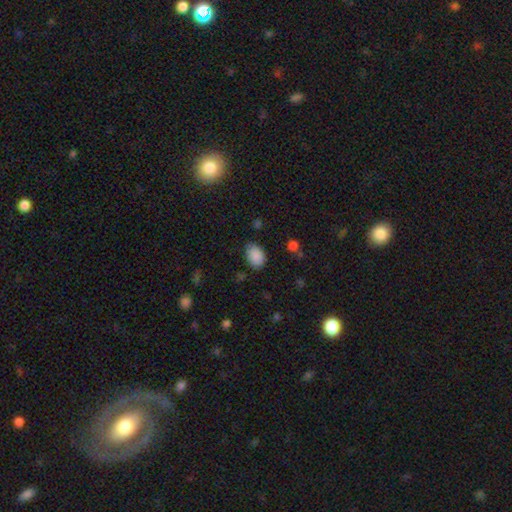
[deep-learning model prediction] Smooth or featured? Predicted: smooth (p=0.88). How rounded? Predicted: in between (p=0.83). Merging? Predicted: none (p=0.76).